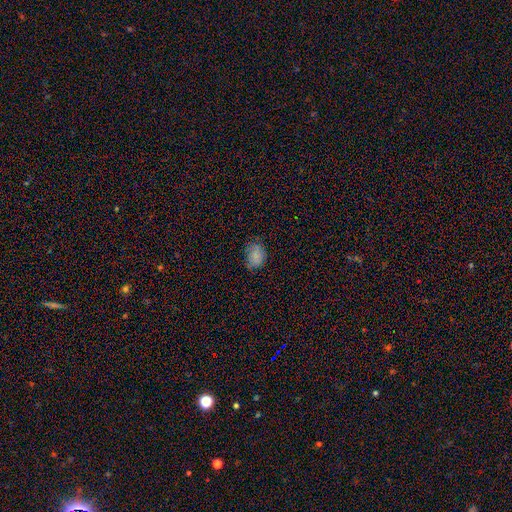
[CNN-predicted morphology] A smooth galaxy with no disk features (78%) that is in between round and cigar-shaped (62%).

Vote fractions:
- Smooth or featured? smooth: 78% / star or artifact: 13% / featured or disk: 9%
- How rounded? in between: 62% / round: 37% / cigar-shaped: 1%
- Merging? none: 69% / minor disturbance: 24% / major disturbance: 6% / merger: 1%